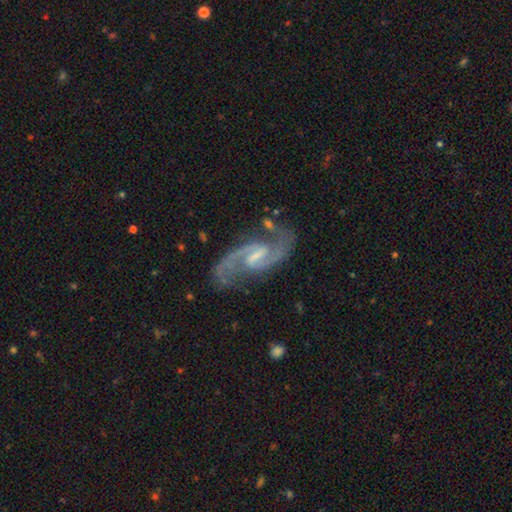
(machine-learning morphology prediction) A featured or disk galaxy (93%) with a weak bar (58%), 2 (94%) medium (62%) spiral arms (98%) and a small central bulge (48%).

Vote fractions:
- Smooth or featured? featured or disk: 93% / star or artifact: 4% / smooth: 3%
- Edge-on disk? no: 98% / yes: 2%
- Bar? weak: 58% / strong: 27% / no: 15%
- Spiral arms? yes: 98% / no: 2%
- Spiral winding? medium: 62% / loose: 25% / tight: 13%
- Spiral arm count? 2: 94% / can't tell: 2% / 3: 1% / 1: 1% / 4: 1% / more than 4: 1%
- Bulge size? small: 48% / none: 27% / moderate: 22% / large: 2% / dominant: 1%
- Merging? none: 79% / minor disturbance: 14% / major disturbance: 5% / merger: 2%